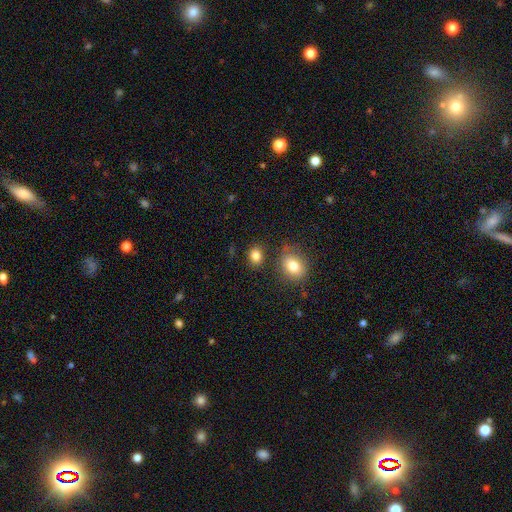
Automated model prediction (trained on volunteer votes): Smooth or featured? smooth (83%)
How rounded? round (50%)
Merging? none (79%)